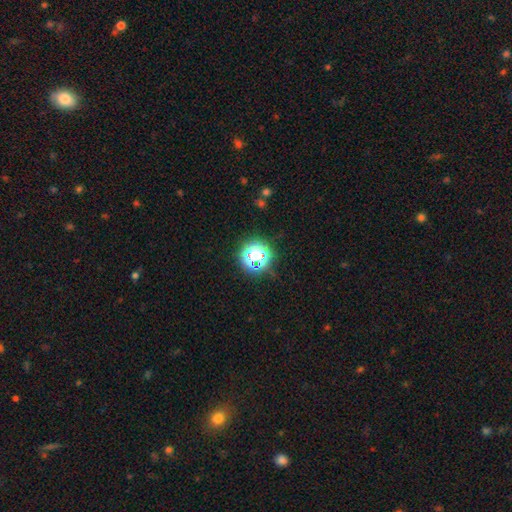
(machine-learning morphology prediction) A star or artifact, not a galaxy (71%).

Vote fractions:
- Smooth or featured? star or artifact: 71% / smooth: 23% / featured or disk: 6%